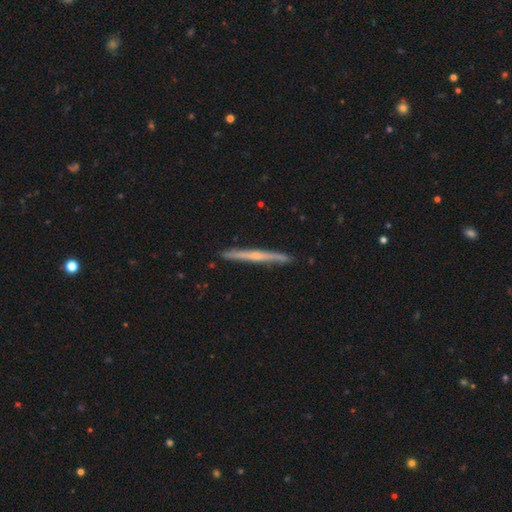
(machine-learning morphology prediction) Q: Smooth or featured?
A: featured or disk (64%); runner-up: smooth (31%)
Q: Edge-on disk?
A: yes (98%); runner-up: no (2%)
Q: Edge-on bulge?
A: none (50%); runner-up: rounded (43%)
Q: Merging?
A: none (90%); runner-up: minor disturbance (7%)